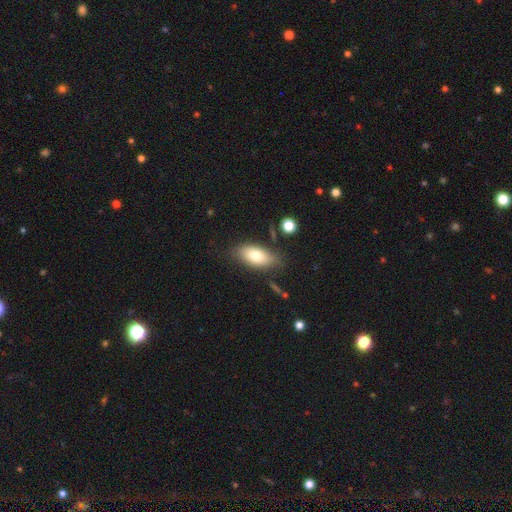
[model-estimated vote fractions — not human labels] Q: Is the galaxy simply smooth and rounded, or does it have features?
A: smooth — 76%.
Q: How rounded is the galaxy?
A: in between — 89%.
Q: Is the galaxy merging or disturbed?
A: none — 75%.